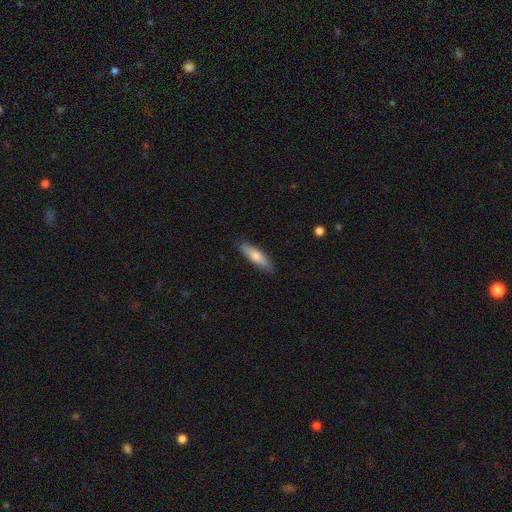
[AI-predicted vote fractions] A smooth galaxy with no disk features (71%) that is cigar-shaped (67%). Merging: none (87%).